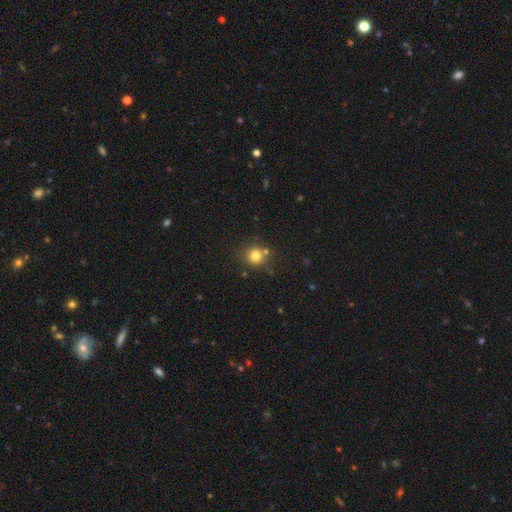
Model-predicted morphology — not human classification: Overall: smooth (79%). How rounded: round (91%). Merging: none (71%).